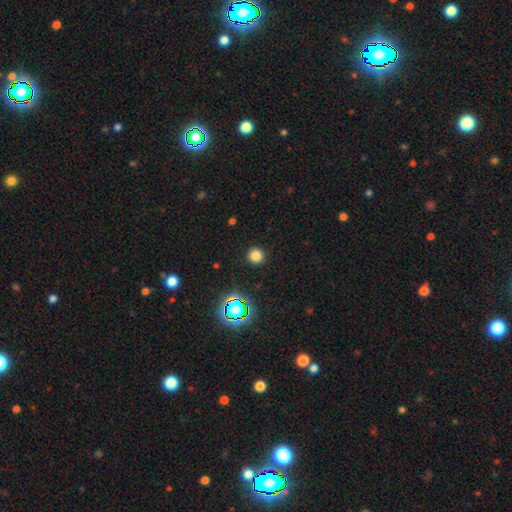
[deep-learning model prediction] Overall: smooth (77%). How rounded: round (95%). Merging: none (91%).